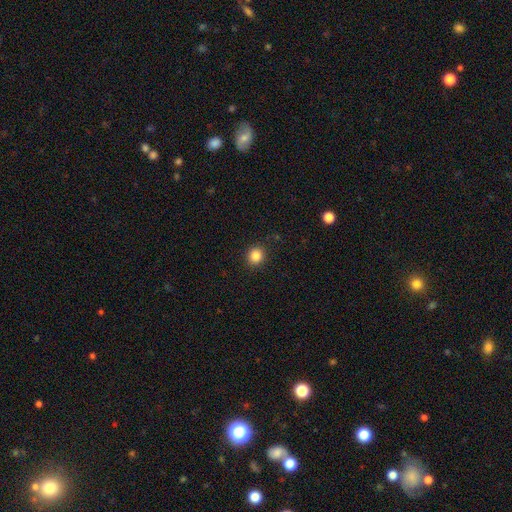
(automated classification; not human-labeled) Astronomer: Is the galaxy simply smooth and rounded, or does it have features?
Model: smooth — 85%.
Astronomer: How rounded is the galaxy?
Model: round — 87%.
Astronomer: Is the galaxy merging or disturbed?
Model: none — 91%.